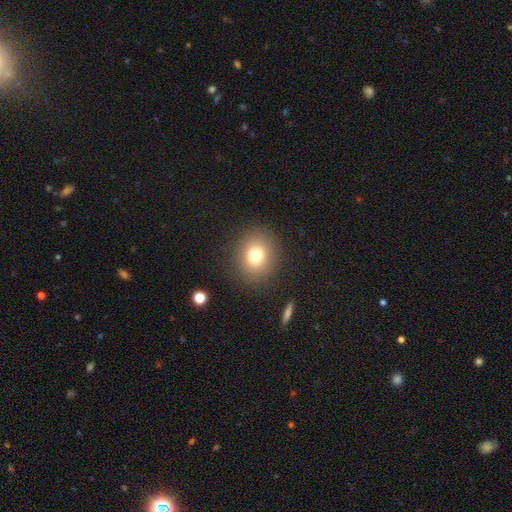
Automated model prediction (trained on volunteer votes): smooth 77%, star or artifact 13%, featured or disk 11%. Down the decision tree: how rounded — round (76%); merging — none (88%).